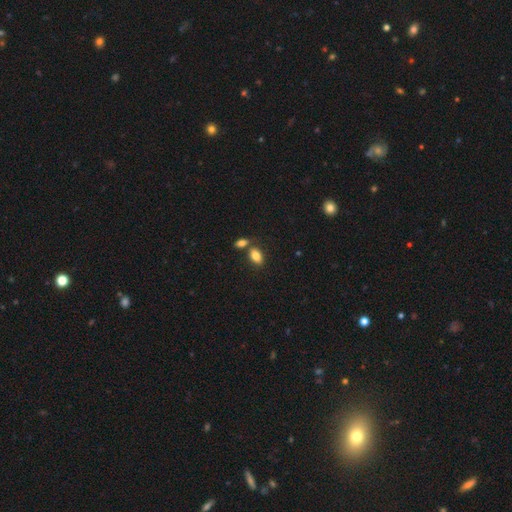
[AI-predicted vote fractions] smooth_or_featured: smooth (p=0.82) [alt: featured or disk p=0.10]
how_rounded: in between (p=0.90) [alt: round p=0.08]
merging: none (p=0.62) [alt: merger p=0.24]